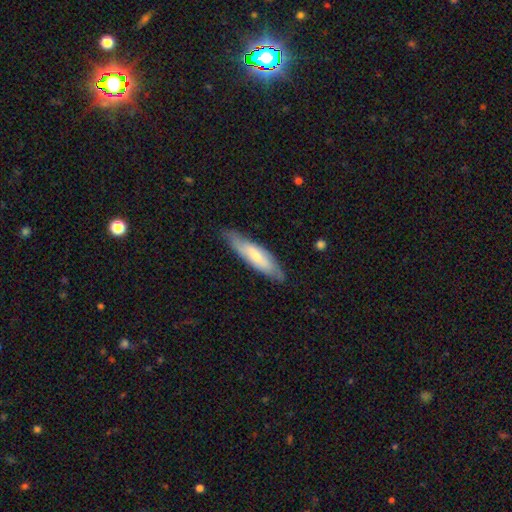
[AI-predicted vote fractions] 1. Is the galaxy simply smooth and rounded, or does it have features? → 56% smooth, 38% featured or disk, 5% star or artifact.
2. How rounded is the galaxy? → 68% cigar-shaped, 31% in between, 1% round.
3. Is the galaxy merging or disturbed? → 79% none, 16% minor disturbance, 3% major disturbance, 1% merger.